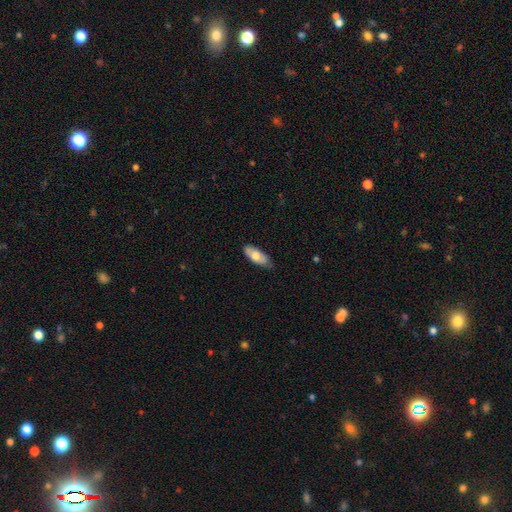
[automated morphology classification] A smooth galaxy with no disk features (66%) that is in between round and cigar-shaped (82%).

Vote fractions:
- Smooth or featured? smooth: 66% / featured or disk: 29% / star or artifact: 6%
- How rounded? in between: 82% / cigar-shaped: 16% / round: 2%
- Merging? none: 77% / minor disturbance: 19% / major disturbance: 3% / merger: 1%